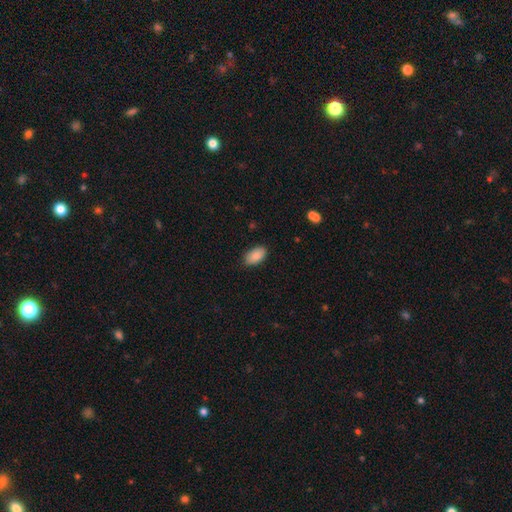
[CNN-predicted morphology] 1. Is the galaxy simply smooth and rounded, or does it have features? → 88% smooth, 7% star or artifact, 6% featured or disk.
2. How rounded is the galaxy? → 95% in between, 3% round, 2% cigar-shaped.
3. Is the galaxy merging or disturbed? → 86% none, 11% minor disturbance, 2% major disturbance, 1% merger.